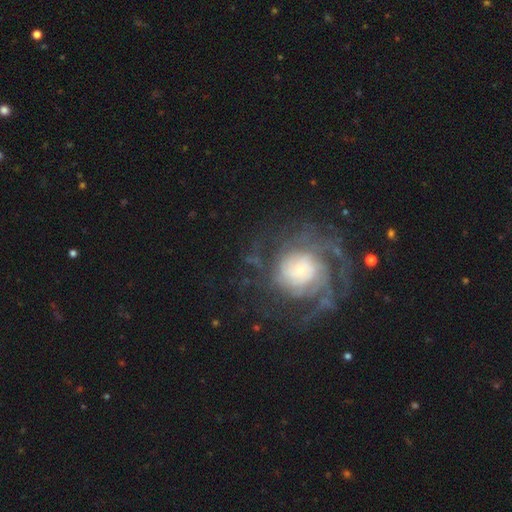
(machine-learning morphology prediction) Smooth or featured: featured or disk — 76% (smooth — 12%)
Edge-on disk: no — 97% (yes — 3%)
Bar: no — 75% (weak — 20%)
Spiral arms: yes — 91% (no — 9%)
Spiral winding: tight — 60% (medium — 30%)
Spiral arm count: can't tell — 37% (2 — 21%)
Bulge size: large — 37% (moderate — 36%)
Merging: none — 71% (major disturbance — 14%)